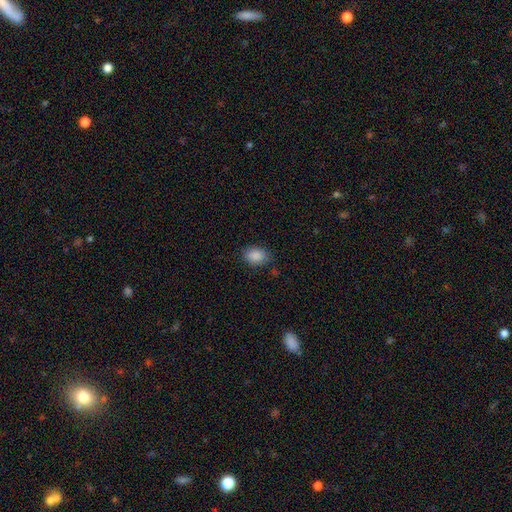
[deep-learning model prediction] Overall: smooth (88%). How rounded: in between (76%). Merging: none (81%).